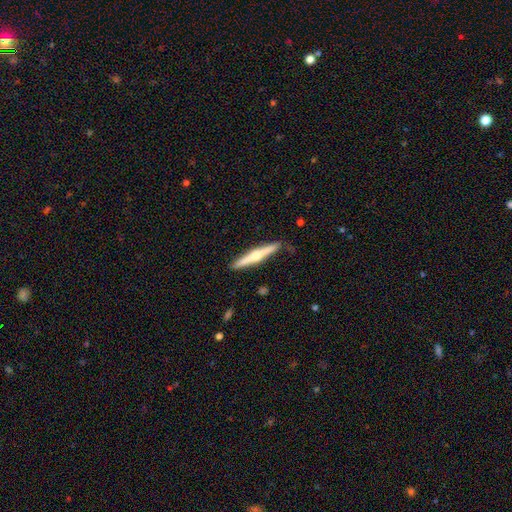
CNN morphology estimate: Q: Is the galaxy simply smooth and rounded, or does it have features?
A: featured or disk — 62%.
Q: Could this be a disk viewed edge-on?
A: yes — 98%.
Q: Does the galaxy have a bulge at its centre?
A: rounded — 87%.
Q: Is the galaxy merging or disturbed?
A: none — 87%.